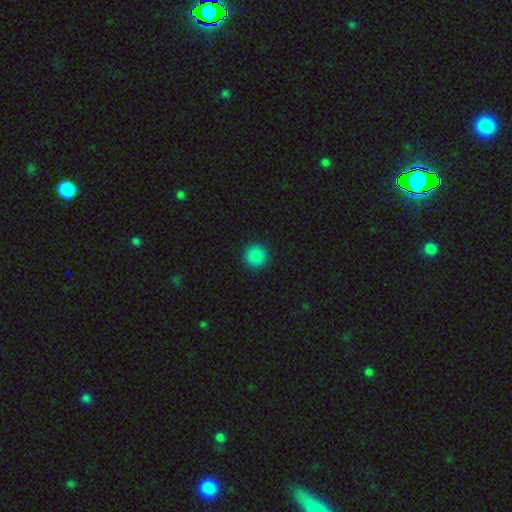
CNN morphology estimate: Q: Smooth or featured?
A: smooth (88%); runner-up: star or artifact (10%)
Q: How rounded?
A: round (95%); runner-up: in between (4%)
Q: Merging?
A: none (93%); runner-up: minor disturbance (4%)